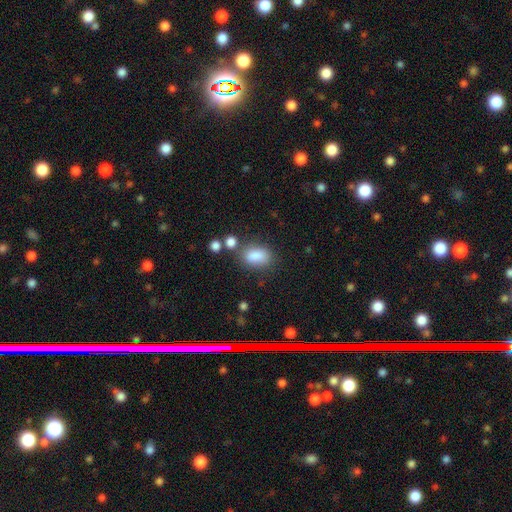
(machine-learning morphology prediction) A smooth galaxy with no disk features (85%) that is in between round and cigar-shaped (84%).

Vote fractions:
- Smooth or featured? smooth: 85% / star or artifact: 9% / featured or disk: 6%
- How rounded? in between: 84% / round: 14% / cigar-shaped: 2%
- Merging? none: 66% / minor disturbance: 17% / merger: 10% / major disturbance: 7%